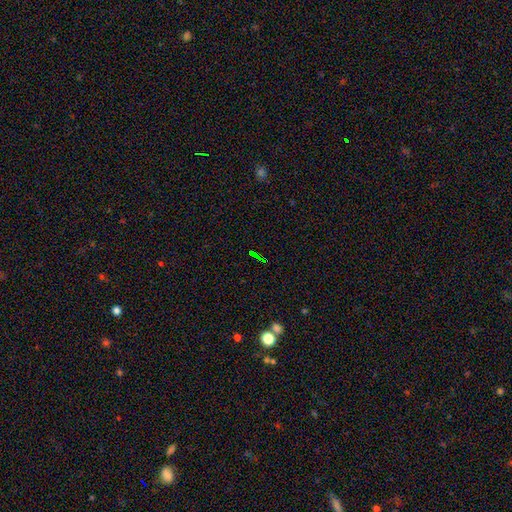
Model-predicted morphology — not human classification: Smooth or featured?
  - star or artifact: 68% *
  - smooth: 19%
  - featured or disk: 14%